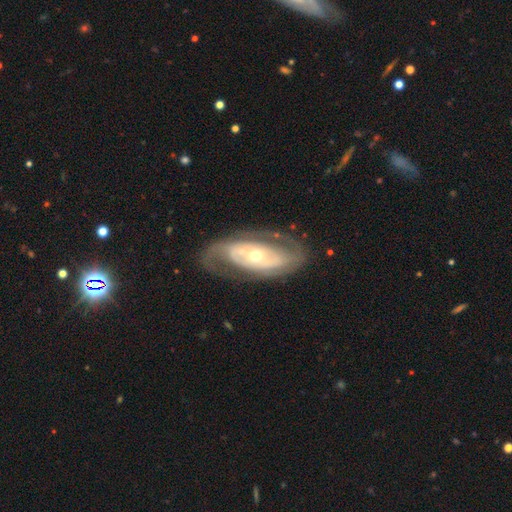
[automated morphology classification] smooth-or-featured: featured or disk: 82% | smooth: 13% | star or artifact: 5%
  disk-edge-on: no: 92% | yes: 8%
    bar: no: 70% | weak: 19% | strong: 11%
    has-spiral-arms: yes: 78% | no: 22%
      spiral-winding: tight: 44% | medium: 37% | loose: 19%
      spiral-arm-count: 2: 70% | can't tell: 18% | 1: 5% | 3: 4% | 4: 2% | more than 4: 2%
    bulge-size: moderate: 55% | small: 39% | large: 4% | dominant: 1% | none: 1%
  merging: none: 68% | minor disturbance: 17% | major disturbance: 13% | merger: 2%